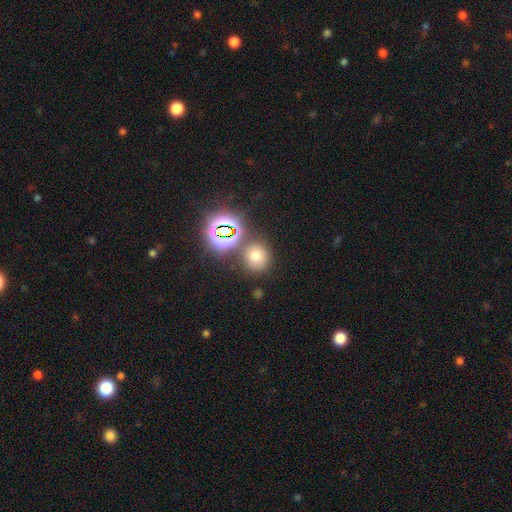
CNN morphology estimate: The model was most divided on "smooth or featured": smooth: 63%, star or artifact: 26%, featured or disk: 11%. More confident: how rounded — round (84%); merging — none (74%).